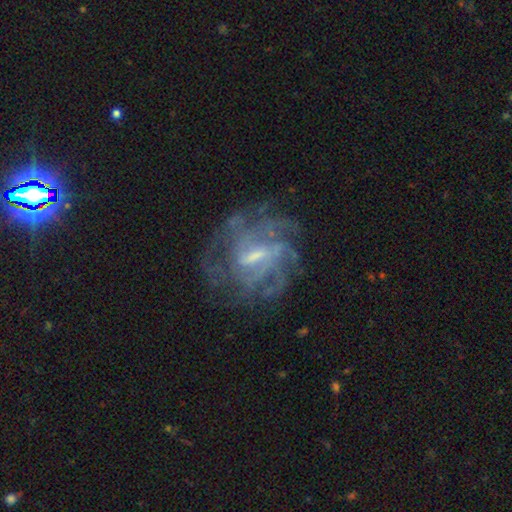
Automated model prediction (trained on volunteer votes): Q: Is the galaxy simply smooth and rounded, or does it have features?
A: featured or disk — 82%.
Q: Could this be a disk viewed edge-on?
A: no — 96%.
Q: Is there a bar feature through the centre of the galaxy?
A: weak — 57%.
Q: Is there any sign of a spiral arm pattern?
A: yes — 86%.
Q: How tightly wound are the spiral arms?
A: tight — 49%.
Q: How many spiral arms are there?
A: can't tell — 43%.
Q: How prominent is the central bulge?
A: small — 44%.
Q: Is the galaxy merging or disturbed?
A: none — 67%.